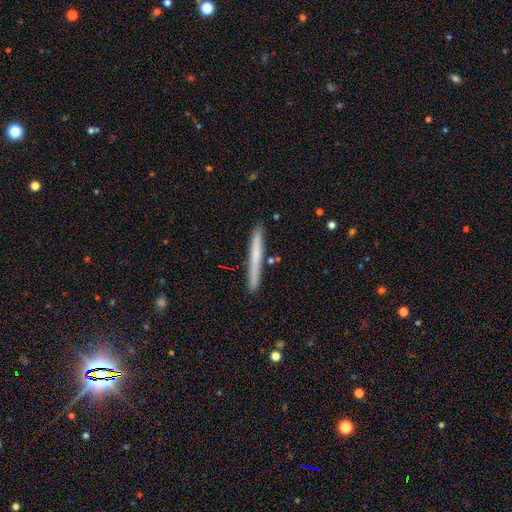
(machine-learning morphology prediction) Q: Smooth or featured?
A: smooth (62%); runner-up: featured or disk (32%)
Q: How rounded?
A: cigar-shaped (97%); runner-up: in between (2%)
Q: Merging?
A: none (88%); runner-up: minor disturbance (8%)